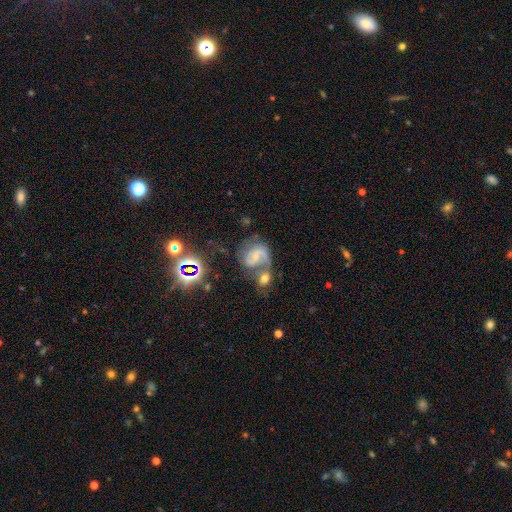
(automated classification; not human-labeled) Smooth or featured: featured or disk — 70% (smooth — 17%)
Edge-on disk: no — 98% (yes — 2%)
Bar: no — 43% (weak — 42%)
Spiral arms: yes — 91% (no — 9%)
Spiral winding: medium — 50% (loose — 25%)
Spiral arm count: 2 — 71% (1 — 15%)
Bulge size: small — 48% (none — 24%)
Merging: merger — 40% (none — 31%)